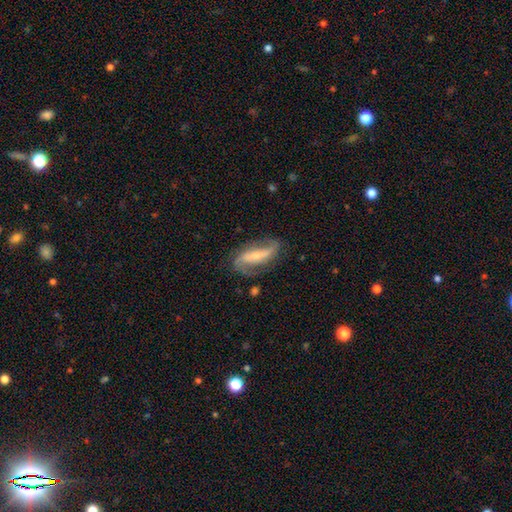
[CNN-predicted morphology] Smooth or featured?
  - featured or disk: 79% *
  - smooth: 14%
  - star or artifact: 6%
Edge-on disk?
  - no: 91% *
  - yes: 9%
Bar?
  - strong: 52% *
  - weak: 27%
  - no: 21%
Spiral arms?
  - yes: 93% *
  - no: 7%
Spiral winding?
  - loose: 45% *
  - medium: 38%
  - tight: 17%
Spiral arm count?
  - 2: 89% *
  - can't tell: 4%
  - 1: 3%
  - 3: 1%
  - 4: 1%
  - more than 4: 1%
Bulge size?
  - small: 58% *
  - moderate: 26%
  - none: 9%
  - large: 4%
  - dominant: 2%
Merging?
  - none: 72% *
  - minor disturbance: 17%
  - major disturbance: 8%
  - merger: 2%